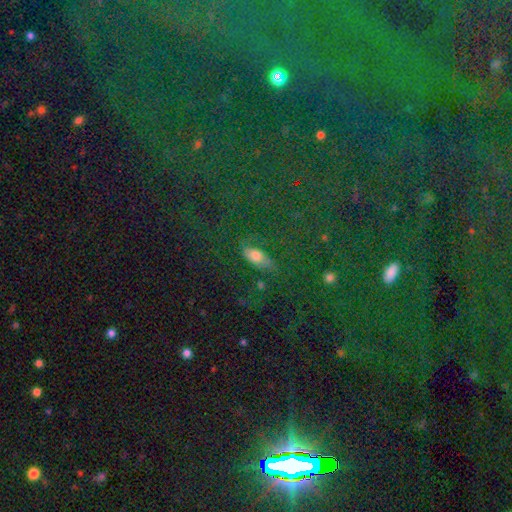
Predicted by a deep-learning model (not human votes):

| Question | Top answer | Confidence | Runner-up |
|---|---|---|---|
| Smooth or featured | smooth | 56% | featured or disk (22%) |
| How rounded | in between | 69% | cigar-shaped (22%) |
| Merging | none | 78% | minor disturbance (14%) |